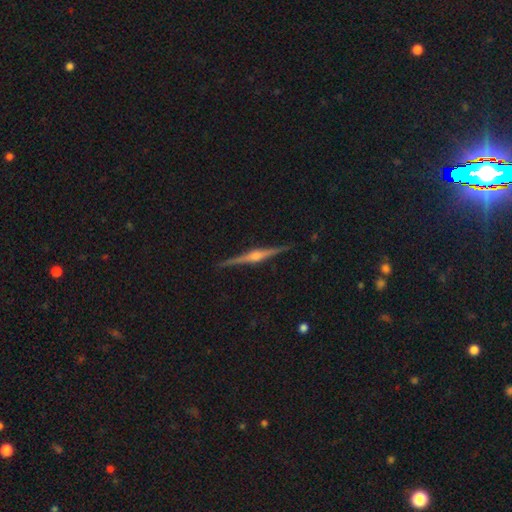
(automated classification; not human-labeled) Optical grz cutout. It shows a featured or disk galaxy (88%) viewed edge-on (99%) with a rounded central bulge (89%). Merging: none (92%).